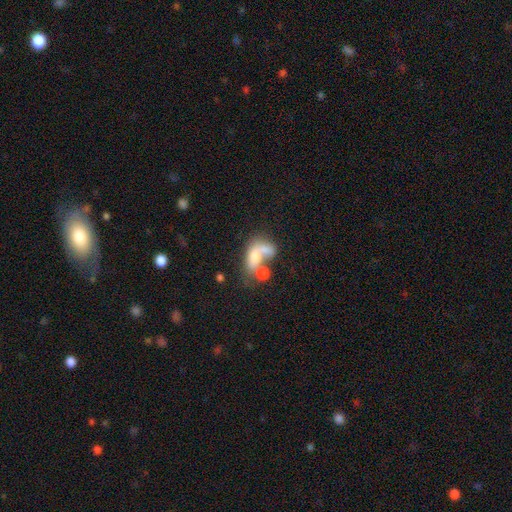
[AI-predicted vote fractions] Smooth or featured: smooth — 60% (featured or disk — 29%)
How rounded: in between — 80% (round — 15%)
Merging: merger — 57% (major disturbance — 17%)